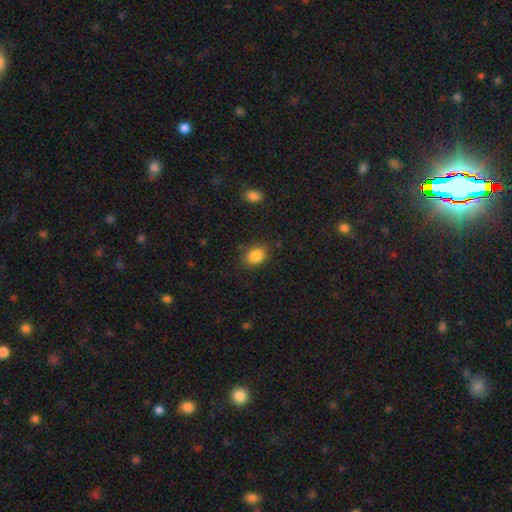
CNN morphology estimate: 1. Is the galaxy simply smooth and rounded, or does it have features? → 85% smooth, 9% star or artifact, 6% featured or disk.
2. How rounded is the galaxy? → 64% in between, 35% round, 1% cigar-shaped.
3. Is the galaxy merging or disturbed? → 81% none, 14% minor disturbance, 4% major disturbance, 2% merger.